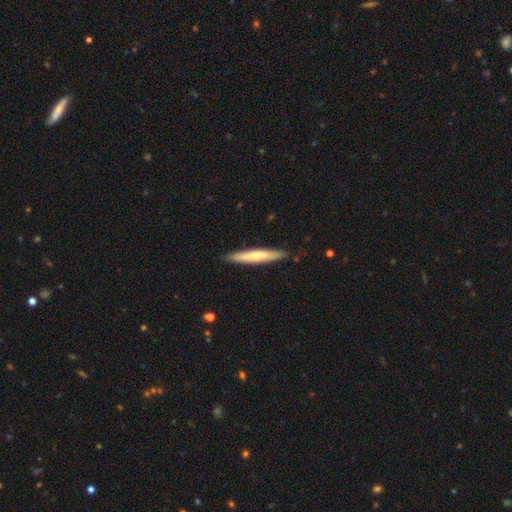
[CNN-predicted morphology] smooth_or_featured: smooth (p=0.58) [alt: featured or disk p=0.37]
how_rounded: cigar-shaped (p=0.93) [alt: in between p=0.06]
merging: none (p=0.89) [alt: minor disturbance p=0.08]